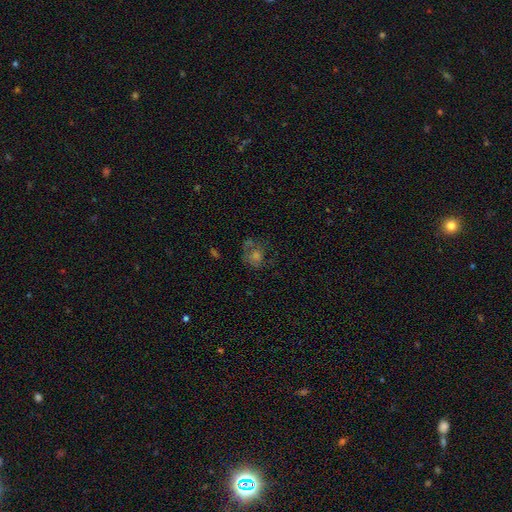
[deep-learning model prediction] Smooth or featured: featured or disk — 38% (tied with smooth — 38%)
Merging: none — 59% (minor disturbance — 19%)